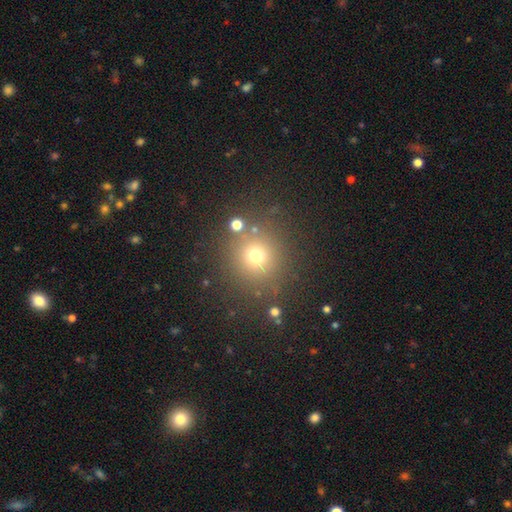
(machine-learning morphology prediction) A smooth galaxy with no disk features (69%) that is round (92%). Merging: none (82%).